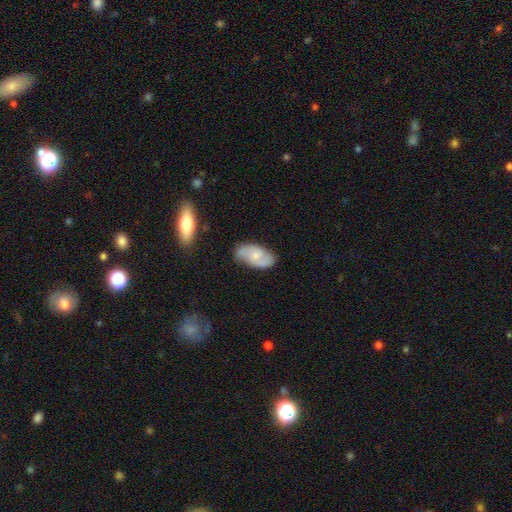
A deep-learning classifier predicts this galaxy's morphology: smooth_or_featured: featured or disk (p=0.58) [alt: smooth p=0.36]
disk_edge_on: no (p=0.95) [alt: yes p=0.05]
bar: no (p=0.61) [alt: weak p=0.33]
has_spiral_arms: yes (p=0.88) [alt: no p=0.12]
bulge_size: small (p=0.58) [alt: moderate p=0.30]
merging: none (p=0.73) [alt: minor disturbance p=0.20]